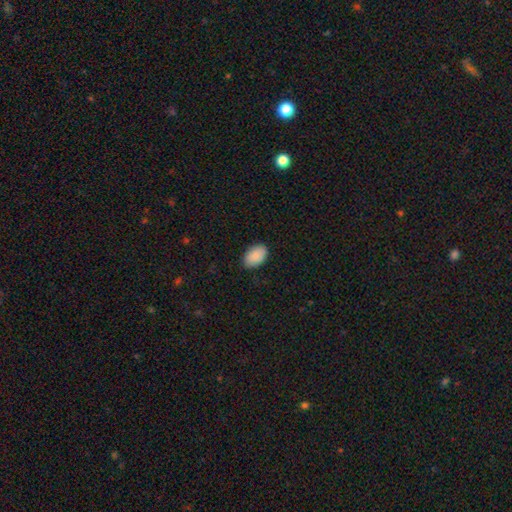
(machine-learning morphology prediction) A smooth galaxy with no disk features (90%) that is in between round and cigar-shaped (92%).

Vote fractions:
- Smooth or featured? smooth: 90% / star or artifact: 7% / featured or disk: 4%
- How rounded? in between: 92% / round: 7% / cigar-shaped: 1%
- Merging? none: 87% / minor disturbance: 10% / major disturbance: 2% / merger: 1%